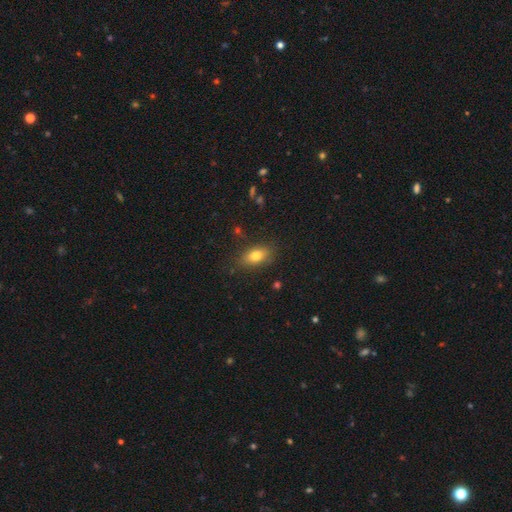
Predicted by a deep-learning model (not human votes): smooth_or_featured: smooth (p=0.79) [alt: featured or disk p=0.12]
how_rounded: in between (p=0.85) [alt: round p=0.09]
merging: none (p=0.83) [alt: minor disturbance p=0.12]